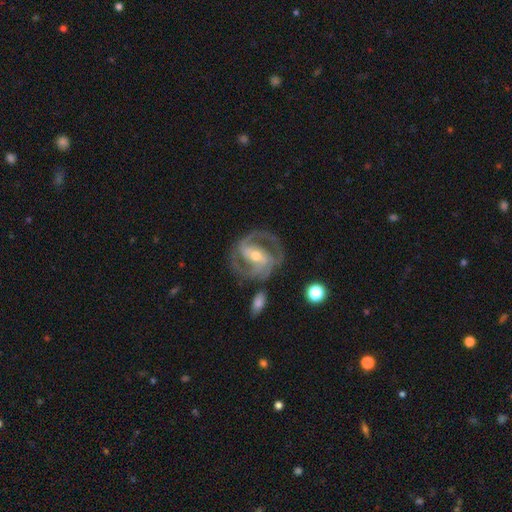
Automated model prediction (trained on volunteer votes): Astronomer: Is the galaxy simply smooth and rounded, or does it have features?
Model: featured or disk — 89%.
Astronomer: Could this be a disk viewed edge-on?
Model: no — 96%.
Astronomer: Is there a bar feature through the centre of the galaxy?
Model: strong — 55%.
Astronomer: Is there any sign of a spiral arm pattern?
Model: yes — 95%.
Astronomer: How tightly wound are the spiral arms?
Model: medium — 49% (runner-up: tight, 41%).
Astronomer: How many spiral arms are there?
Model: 2 — 78%.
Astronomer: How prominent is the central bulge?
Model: moderate — 54% (runner-up: small, 42%).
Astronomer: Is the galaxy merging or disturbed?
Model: none — 73%.